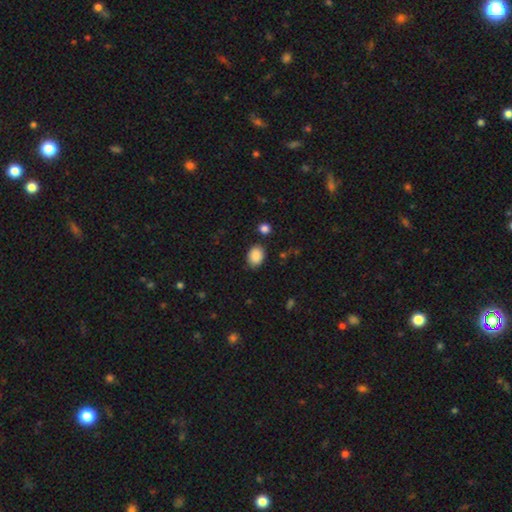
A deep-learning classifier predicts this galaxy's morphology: Smooth or featured? Predicted: smooth (p=0.88). How rounded? Predicted: in between (p=0.74). Merging? Predicted: none (p=0.83).